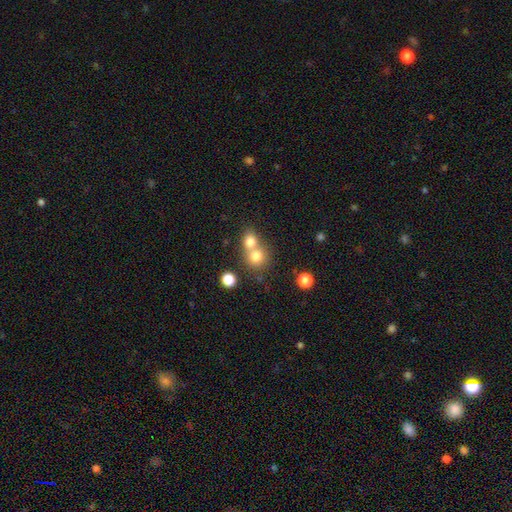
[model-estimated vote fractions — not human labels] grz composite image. It shows a smooth galaxy with no disk features (76%) that is round (83%). Merging: merger (56%).